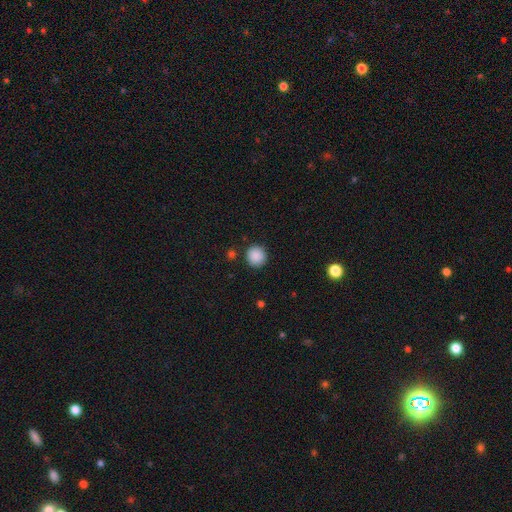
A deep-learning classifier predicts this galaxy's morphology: This appears to be a smooth galaxy with no disk features (88%) that is round (93%). Merging: none (89%).